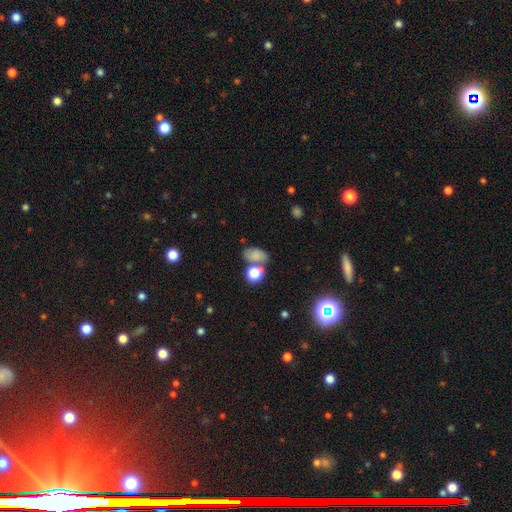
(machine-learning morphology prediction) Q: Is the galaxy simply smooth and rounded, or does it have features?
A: smooth — 74%.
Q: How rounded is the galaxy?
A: in between — 79%.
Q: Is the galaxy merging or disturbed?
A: none — 50%.